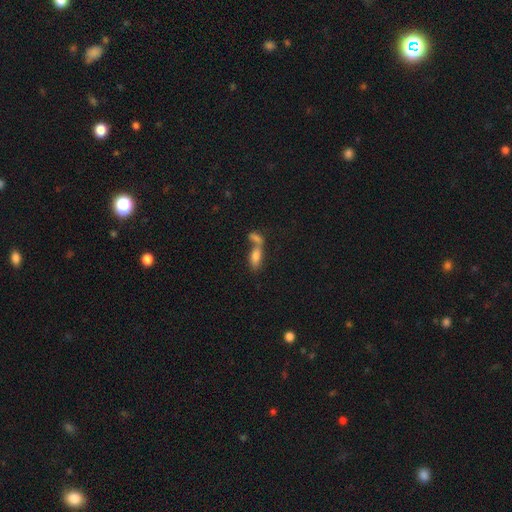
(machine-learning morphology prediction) Q: Smooth or featured?
A: smooth (74%); runner-up: featured or disk (16%)
Q: How rounded?
A: in between (75%); runner-up: cigar-shaped (21%)
Q: Merging?
A: merger (61%); runner-up: none (26%)